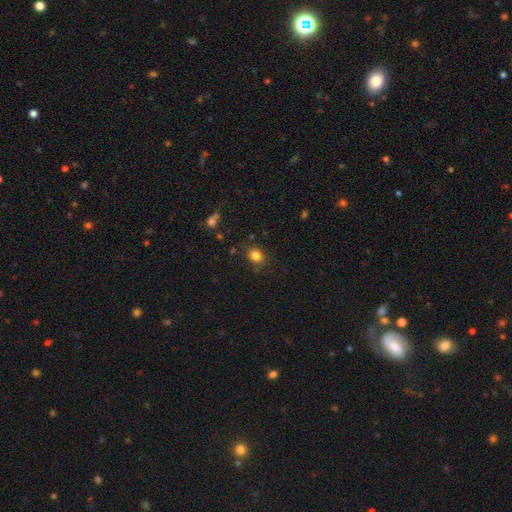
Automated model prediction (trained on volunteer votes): smooth_or_featured: smooth (p=0.83) [alt: star or artifact p=0.11]
how_rounded: in between (p=0.50) [alt: round p=0.49]
merging: none (p=0.80) [alt: minor disturbance p=0.13]